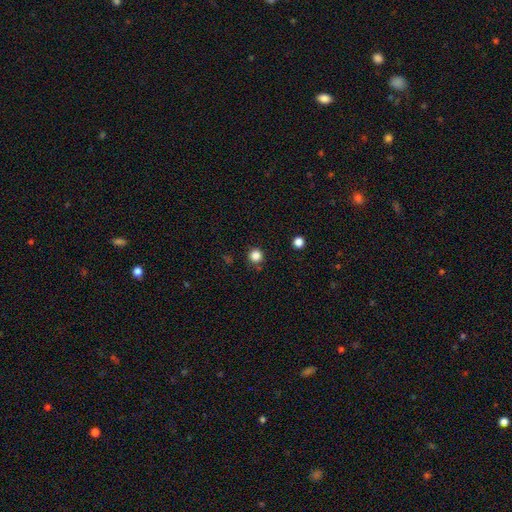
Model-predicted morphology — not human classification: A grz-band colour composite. It shows a smooth galaxy with no disk features (84%) that is round (96%). Merging: none (88%).